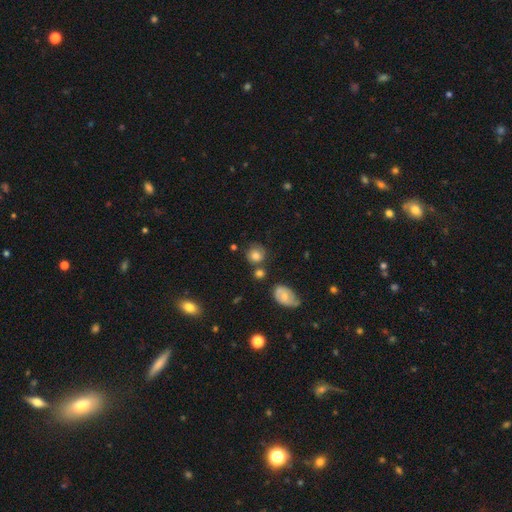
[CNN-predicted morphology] The model was most divided on "merging": none: 68%, minor disturbance: 17%, merger: 10%, major disturbance: 6%. More confident: how rounded — round (84%); smooth or featured — smooth (77%).